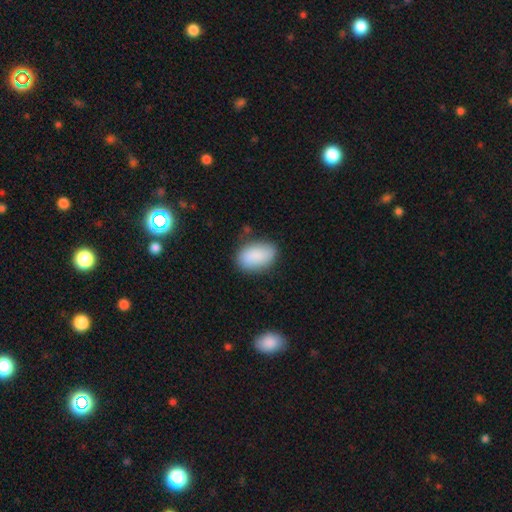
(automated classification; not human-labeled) This appears to be a smooth galaxy with no disk features (88%) that is in between round and cigar-shaped (88%). Merging: none (75%).